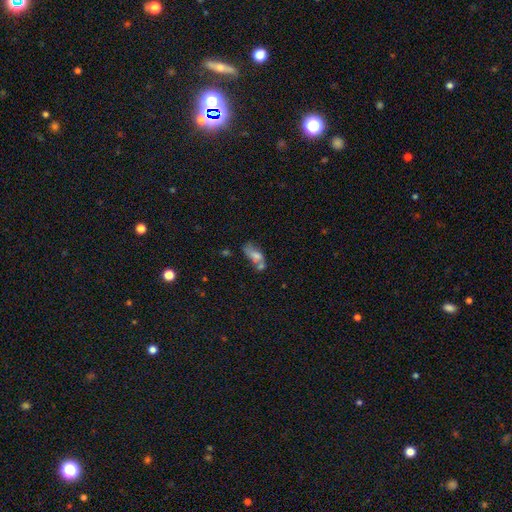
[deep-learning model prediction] Smooth or featured?
  - smooth: 54% *
  - featured or disk: 34%
  - star or artifact: 12%
How rounded?
  - in between: 79% *
  - cigar-shaped: 14%
  - round: 7%
Merging?
  - merger: 35% *
  - none: 31%
  - minor disturbance: 19%
  - major disturbance: 15%